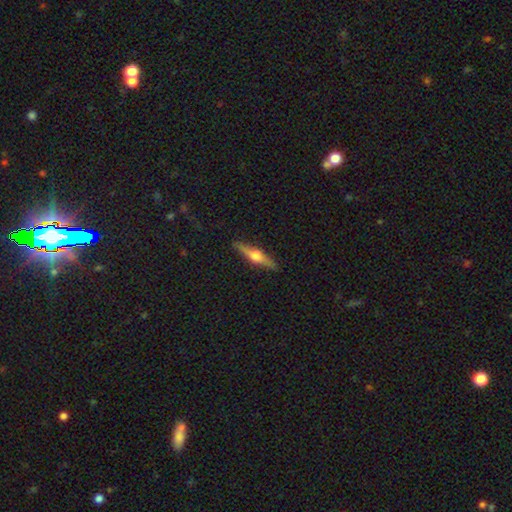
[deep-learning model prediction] This is likely a featured or disk galaxy (66%). It is clearly viewed edge-on (96%). Edge-on bulge: clearly rounded (94%). Merging: clearly none (89%).